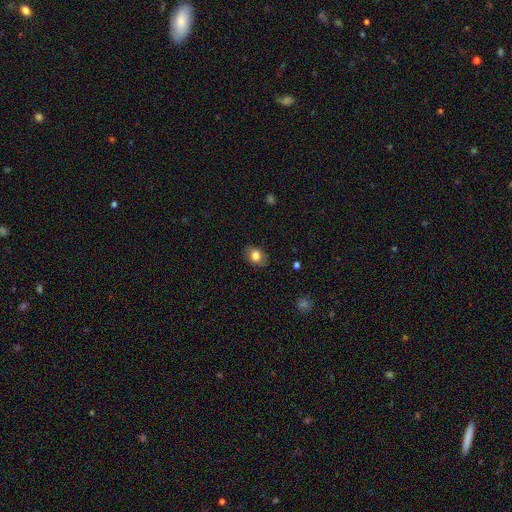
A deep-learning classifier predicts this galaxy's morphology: This is clearly a smooth galaxy (82%). How rounded: likely in between (69%). Merging: clearly none (85%).